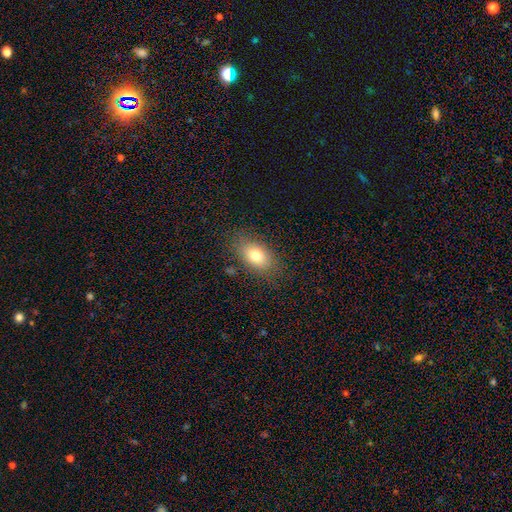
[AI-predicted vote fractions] A smooth galaxy with no disk features (78%) that is in between round and cigar-shaped (88%). Merging: none (81%).